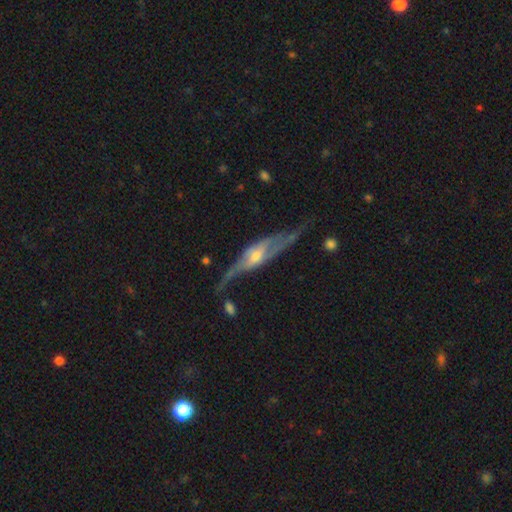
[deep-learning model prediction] Smooth or featured: featured or disk — 84% (smooth — 11%)
Edge-on disk: yes — 61% (no — 39%)
Edge-on bulge: rounded — 77% (boxy — 15%)
Merging: none — 54% (minor disturbance — 23%)